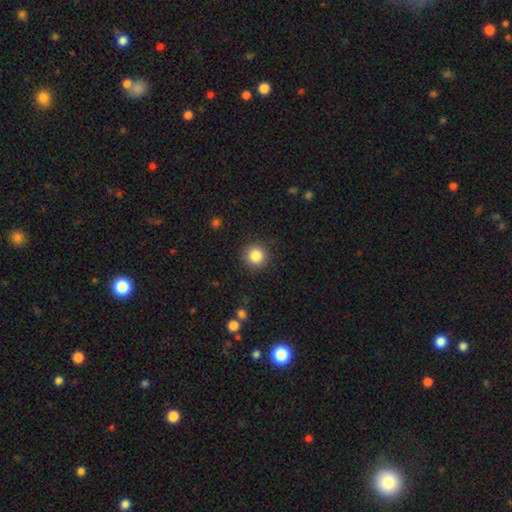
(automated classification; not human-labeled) Smooth or featured? smooth (85%)
How rounded? round (95%)
Merging? none (90%)